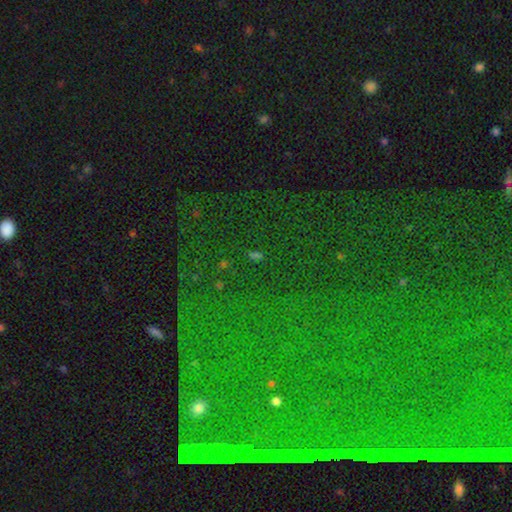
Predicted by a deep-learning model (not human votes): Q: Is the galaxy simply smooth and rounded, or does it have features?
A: star or artifact — 56%.